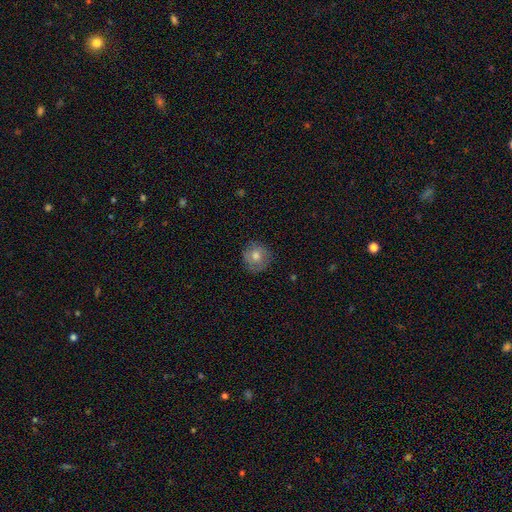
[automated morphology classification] Smooth or featured?
  - smooth: 68% *
  - featured or disk: 21%
  - star or artifact: 11%
How rounded?
  - round: 91% *
  - in between: 8%
  - cigar-shaped: 1%
Merging?
  - none: 83% *
  - minor disturbance: 13%
  - major disturbance: 3%
  - merger: 1%